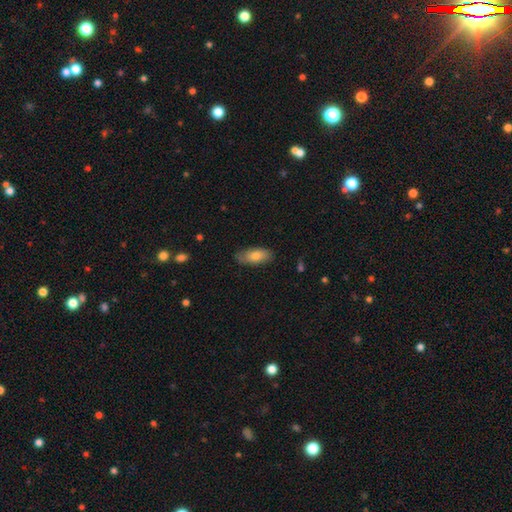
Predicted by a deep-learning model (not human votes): A smooth galaxy with no disk features (76%) that is in between round and cigar-shaped (86%). Merging: none (76%).